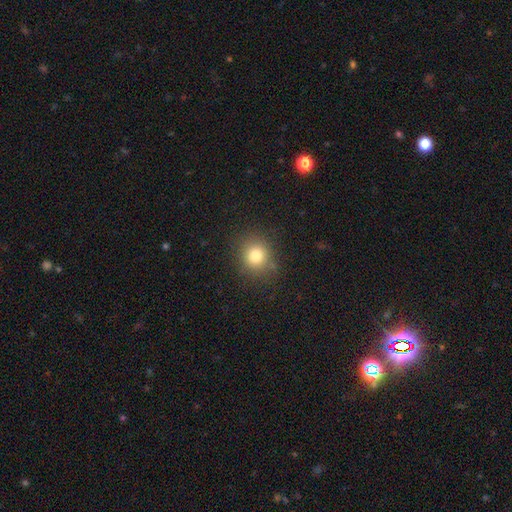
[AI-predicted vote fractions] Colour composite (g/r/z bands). It shows a smooth galaxy with no disk features (79%) that is round (84%). Merging: none (84%).